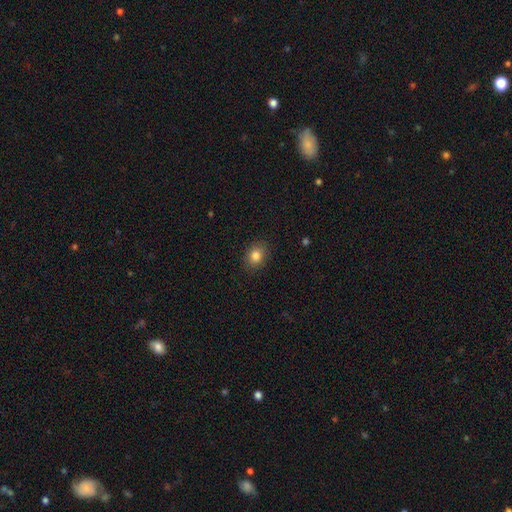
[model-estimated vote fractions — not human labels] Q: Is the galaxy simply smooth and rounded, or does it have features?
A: smooth — 83%.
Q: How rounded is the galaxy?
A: round — 50%.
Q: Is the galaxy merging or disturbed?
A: none — 87%.